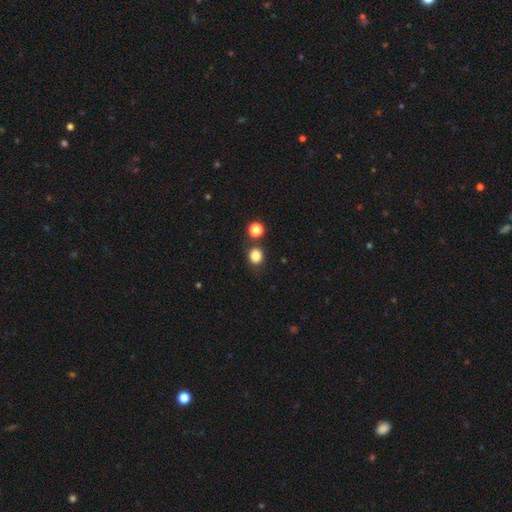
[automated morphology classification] A smooth galaxy with no disk features (83%) that is round (79%). Merging: none (74%).